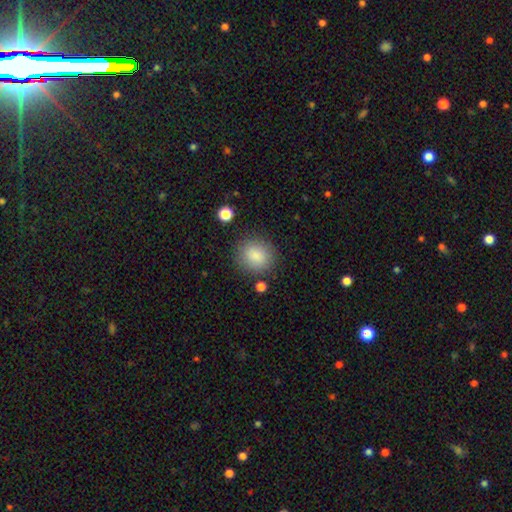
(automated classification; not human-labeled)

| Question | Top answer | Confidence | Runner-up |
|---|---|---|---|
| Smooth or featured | smooth | 87% | star or artifact (8%) |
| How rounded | round | 77% | in between (22%) |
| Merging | none | 83% | minor disturbance (10%) |